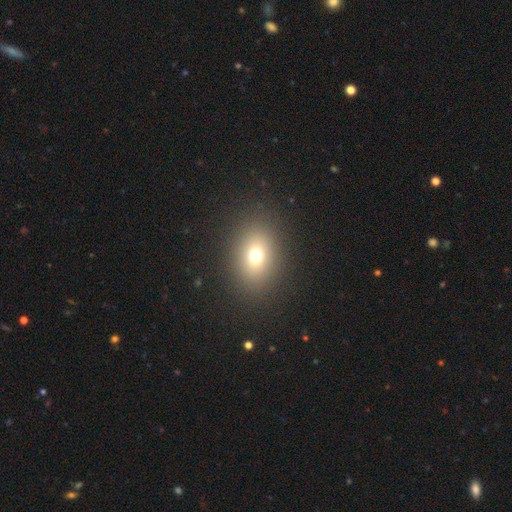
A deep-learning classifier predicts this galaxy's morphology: Smooth or featured? smooth (70%)
How rounded? in between (59%)
Merging? none (87%)